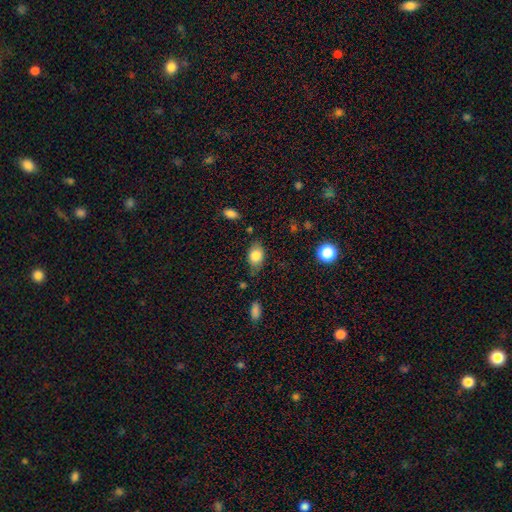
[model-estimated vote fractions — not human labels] The model was most divided on "merging": none: 70%, minor disturbance: 22%, major disturbance: 5%, merger: 3%. More confident: smooth or featured — smooth (81%); how rounded — in between (81%).